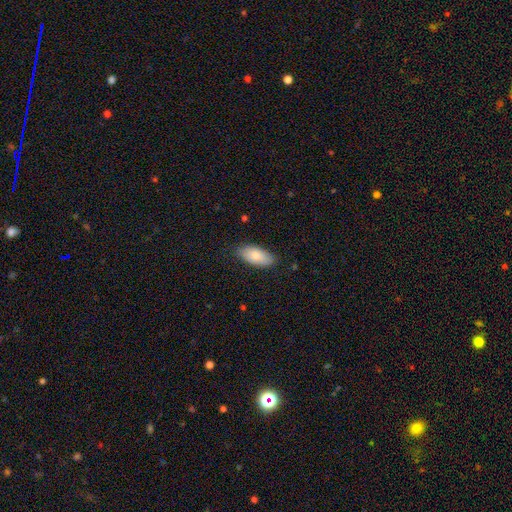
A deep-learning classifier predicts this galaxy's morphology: This is clearly a smooth galaxy (81%). How rounded: clearly in between (91%). Merging: clearly none (82%).